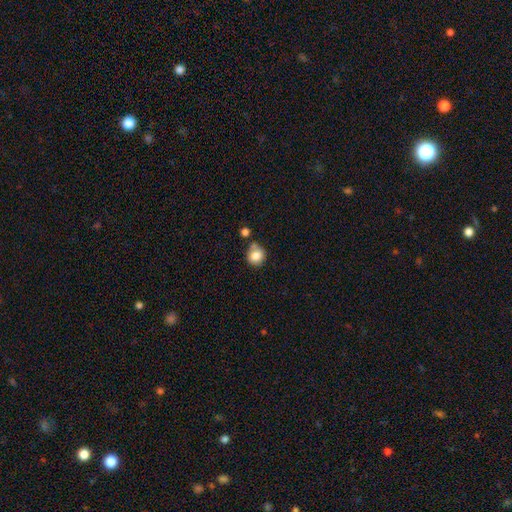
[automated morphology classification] This is clearly a smooth galaxy (82%). How rounded: clearly round (86%). Merging: likely none (64%).